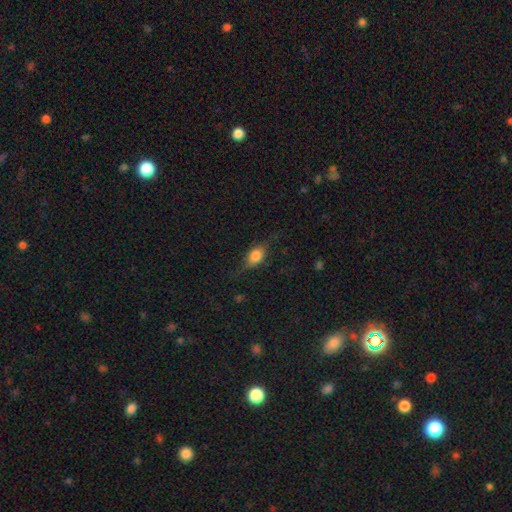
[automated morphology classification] type=smooth (63%); roundness=in between (74%); merging=none (69%).